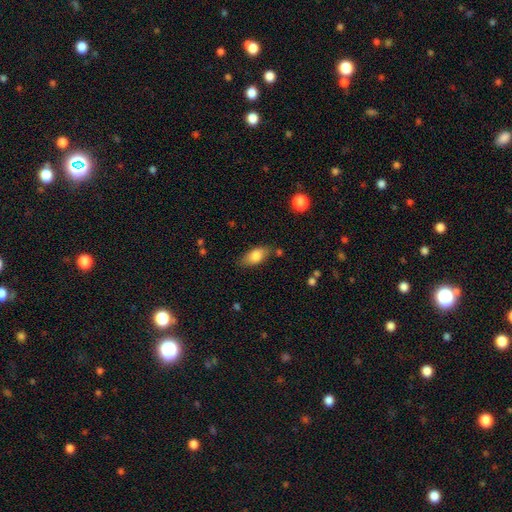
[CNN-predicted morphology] Smooth or featured: smooth — 81% (featured or disk — 12%)
How rounded: in between — 87% (cigar-shaped — 8%)
Merging: none — 76% (minor disturbance — 17%)